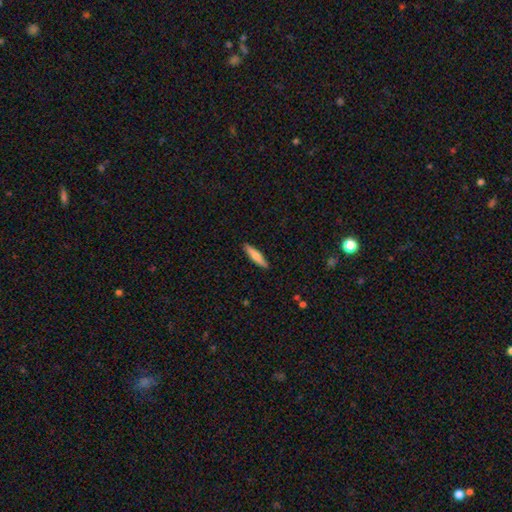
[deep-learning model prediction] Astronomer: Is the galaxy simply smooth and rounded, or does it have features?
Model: smooth — 70%.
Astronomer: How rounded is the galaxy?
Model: cigar-shaped — 84%.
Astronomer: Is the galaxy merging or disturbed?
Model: none — 90%.